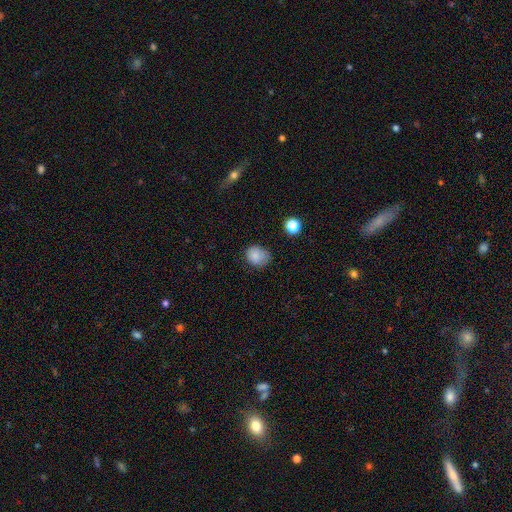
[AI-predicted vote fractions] Overall: smooth (84%). How rounded: round (53%; in between 46%). Merging: none (64%; minor disturbance 28%).